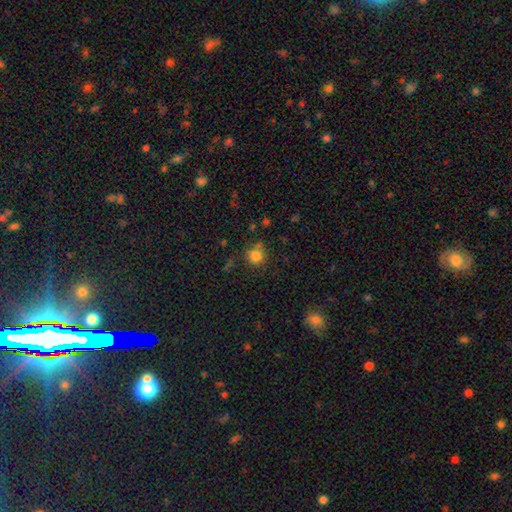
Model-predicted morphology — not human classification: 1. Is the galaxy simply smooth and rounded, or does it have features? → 81% smooth, 13% star or artifact, 6% featured or disk.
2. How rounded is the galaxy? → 89% round, 10% in between, 1% cigar-shaped.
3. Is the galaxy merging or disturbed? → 74% none, 13% minor disturbance, 9% merger, 4% major disturbance.